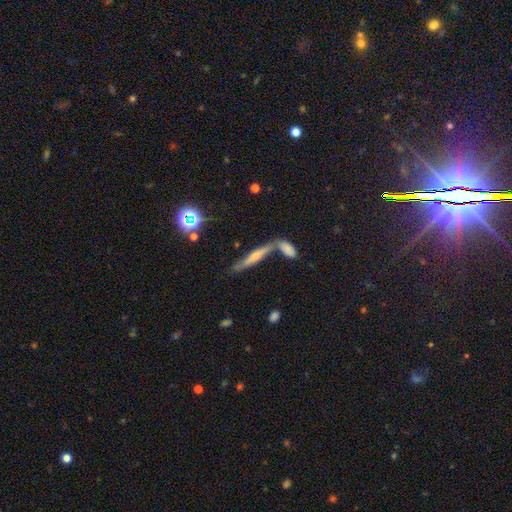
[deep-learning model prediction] The model was most divided on "merging": none: 52%, merger: 30%, minor disturbance: 13%, major disturbance: 5%. More confident: edge-on disk — yes (81%); smooth or featured — featured or disk (55%).